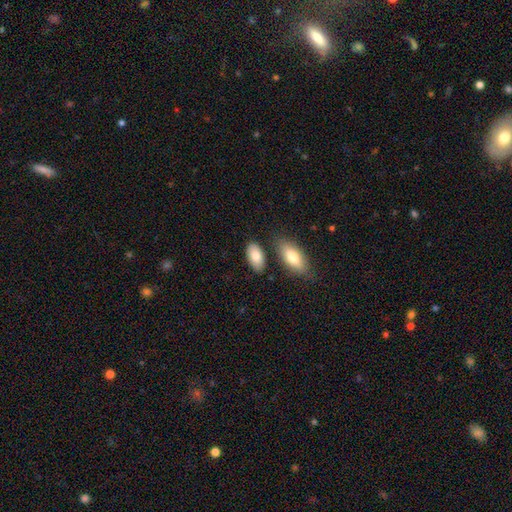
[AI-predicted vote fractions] This appears to be a smooth galaxy with no disk features (81%) that is in between round and cigar-shaped (93%). Merging: none (77%).